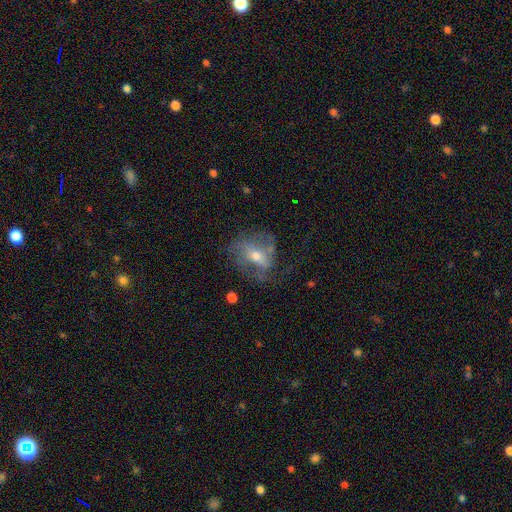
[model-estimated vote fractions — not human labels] smooth-or-featured: featured or disk: 60% | smooth: 29% | star or artifact: 10%
  disk-edge-on: no: 94% | yes: 6%
    bar: no: 49% | weak: 34% | strong: 16%
    has-spiral-arms: yes: 63% | no: 37%
    bulge-size: moderate: 51% | small: 43% | large: 3% | none: 2% | dominant: 1%
  merging: none: 46% | major disturbance: 28% | minor disturbance: 23% | merger: 3%